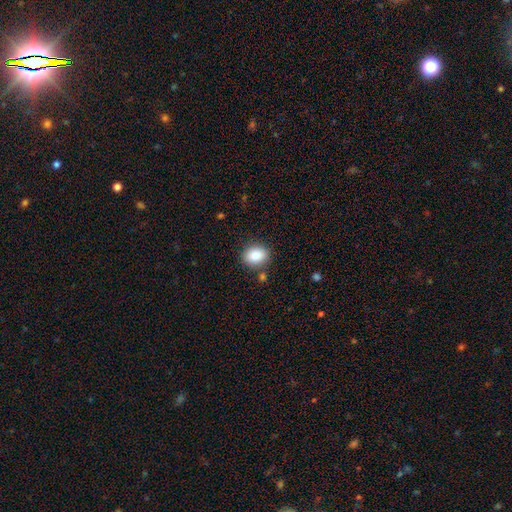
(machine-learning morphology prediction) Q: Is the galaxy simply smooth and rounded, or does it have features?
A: smooth — 85%.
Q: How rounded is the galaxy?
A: round — 51%.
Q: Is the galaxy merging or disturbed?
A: none — 84%.